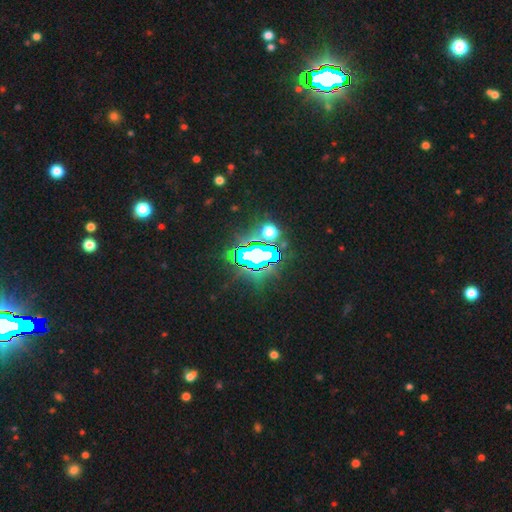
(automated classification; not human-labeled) This appears to be a star or artifact, not a galaxy (73%).